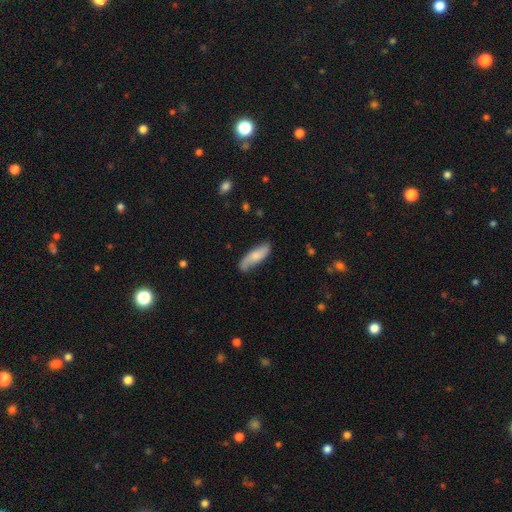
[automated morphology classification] type=smooth (67%); roundness=in between (49%, tied with cigar-shaped); merging=none (67%).